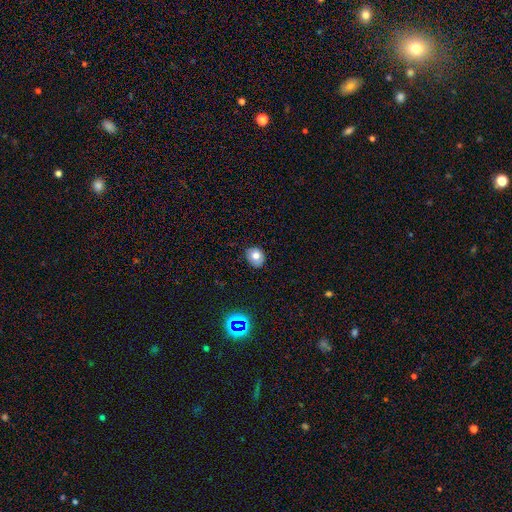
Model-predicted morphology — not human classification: This appears to be a smooth galaxy with no disk features (74%) that is round (59%). Merging: none (81%).